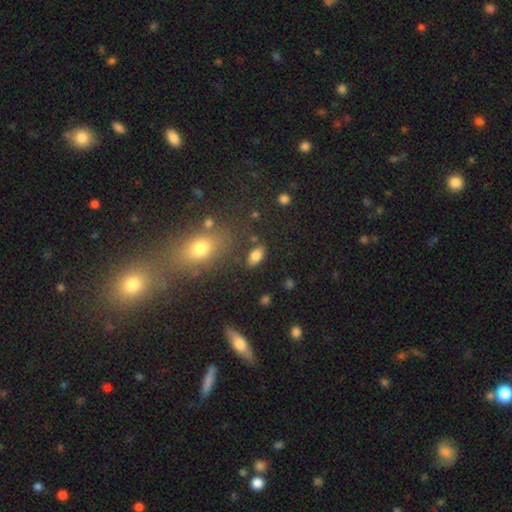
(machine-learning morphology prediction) type=smooth (80%); roundness=in between (90%); merging=none (81%).